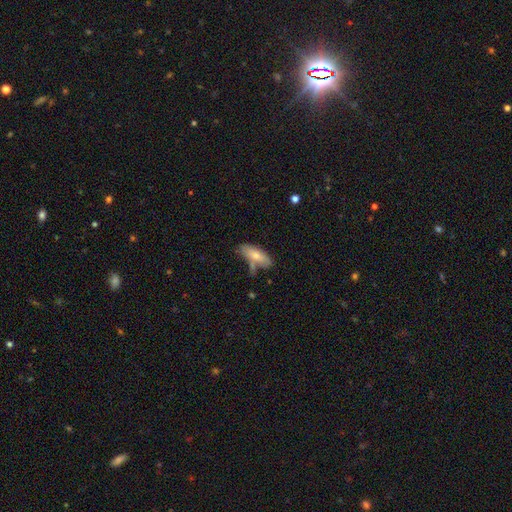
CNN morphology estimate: smooth 69%, featured or disk 24%, star or artifact 7%. Down the decision tree: how rounded — in between (70%); merging — none (48%).